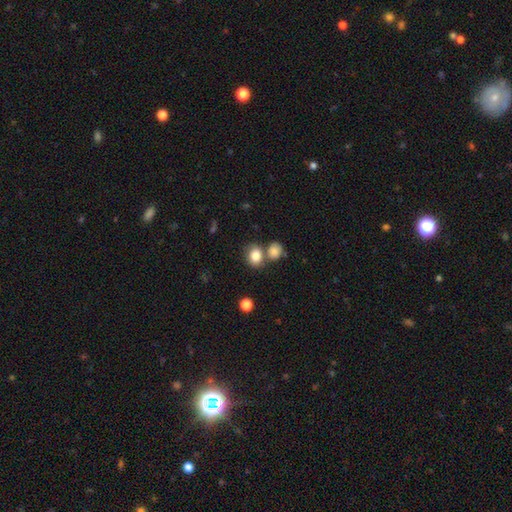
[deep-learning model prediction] Overall: smooth (83%). How rounded: round (55%; in between 44%). Merging: none (53%; merger 31%).